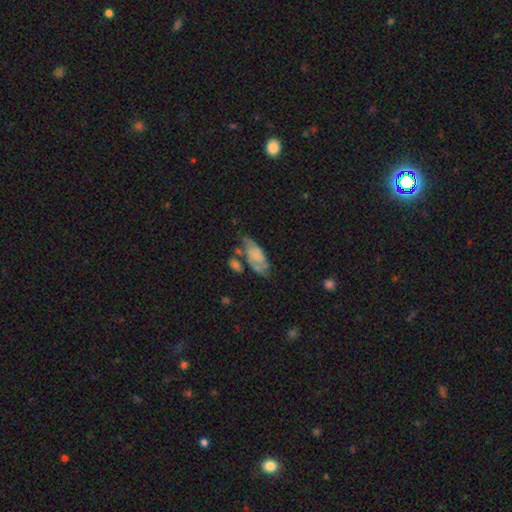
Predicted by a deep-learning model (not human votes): smooth_or_featured: featured or disk (p=0.51) [alt: smooth p=0.41]
disk_edge_on: no (p=0.92) [alt: yes p=0.08]
merging: none (p=0.41) [alt: minor disturbance p=0.27]